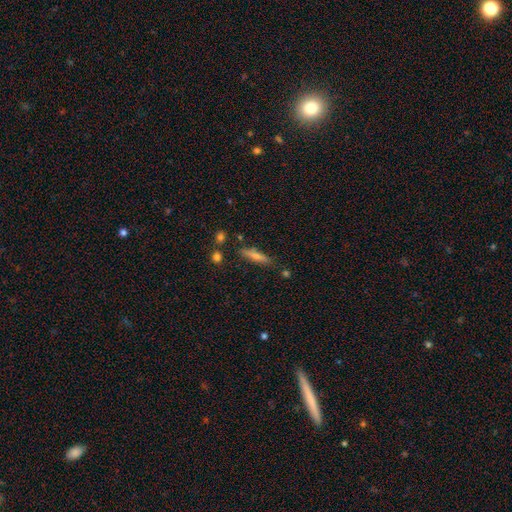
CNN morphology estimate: smooth 52%, featured or disk 38%, star or artifact 10%. Down the decision tree: how rounded — cigar-shaped (86%); merging — none (84%).